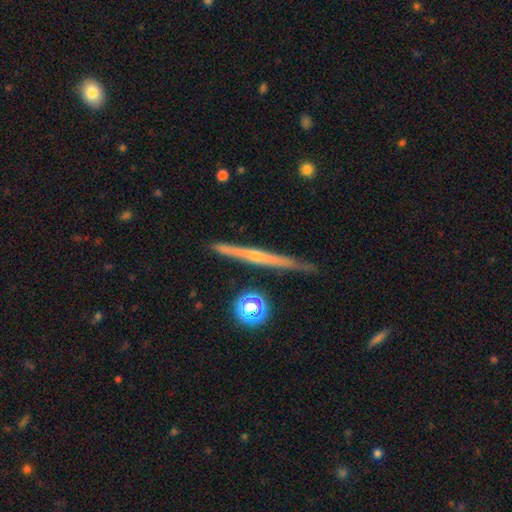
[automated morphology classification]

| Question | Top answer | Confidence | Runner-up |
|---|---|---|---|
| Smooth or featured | featured or disk | 69% | smooth (24%) |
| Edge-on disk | yes | 98% | no (2%) |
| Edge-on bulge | none | 52% | rounded (42%) |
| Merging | none | 86% | minor disturbance (10%) |